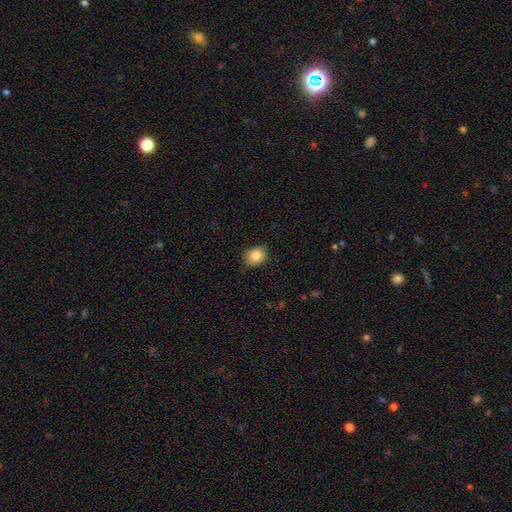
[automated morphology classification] Overall: smooth (86%). How rounded: round (55%; in between 44%). Merging: none (83%).